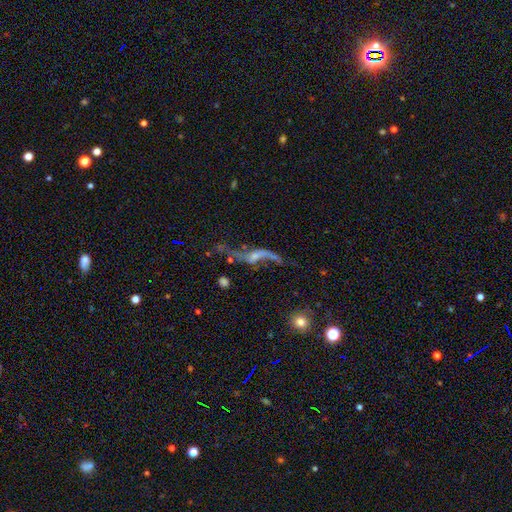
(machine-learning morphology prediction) smooth_or_featured: featured or disk (p=0.75) [alt: star or artifact p=0.13]
disk_edge_on: no (p=0.76) [alt: yes p=0.24]
bar: no (p=0.57) [alt: weak p=0.31]
has_spiral_arms: yes (p=0.77) [alt: no p=0.23]
bulge_size: small (p=0.48) [alt: none p=0.25]
merging: none (p=0.42) [alt: major disturbance p=0.29]